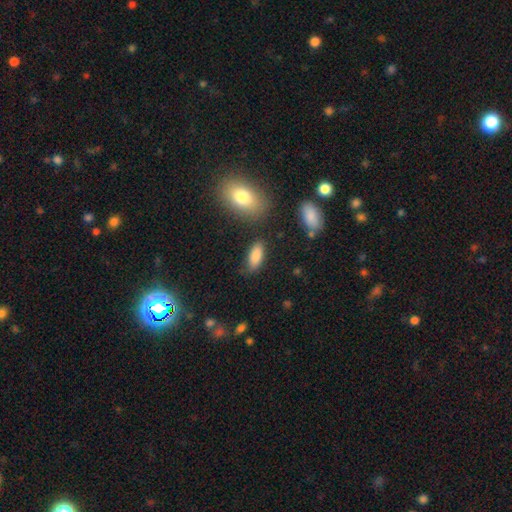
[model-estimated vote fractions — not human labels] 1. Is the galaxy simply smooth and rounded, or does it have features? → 86% smooth, 8% star or artifact, 7% featured or disk.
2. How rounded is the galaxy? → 86% in between, 11% cigar-shaped, 3% round.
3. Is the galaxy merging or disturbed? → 78% none, 15% minor disturbance, 4% major disturbance, 4% merger.